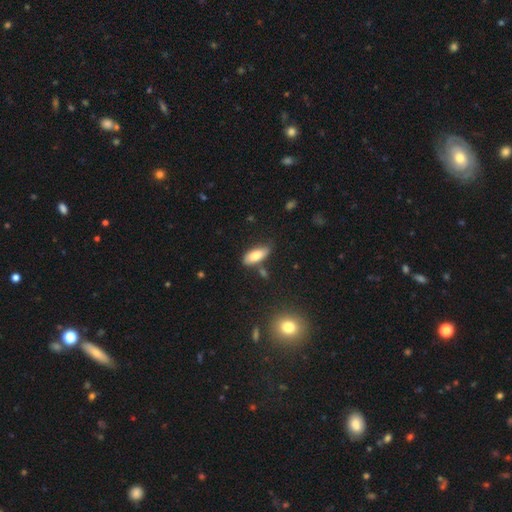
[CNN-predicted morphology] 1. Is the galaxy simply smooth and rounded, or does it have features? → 80% smooth, 13% featured or disk, 7% star or artifact.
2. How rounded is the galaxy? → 82% in between, 16% cigar-shaped, 2% round.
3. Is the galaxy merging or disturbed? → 69% none, 21% minor disturbance, 6% merger, 4% major disturbance.